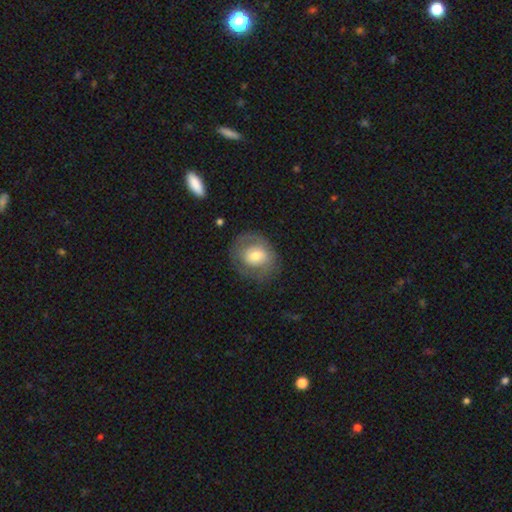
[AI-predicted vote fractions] smooth_or_featured: smooth (p=0.55) [alt: featured or disk p=0.37]
how_rounded: round (p=0.66) [alt: in between p=0.33]
merging: none (p=0.68) [alt: minor disturbance p=0.19]